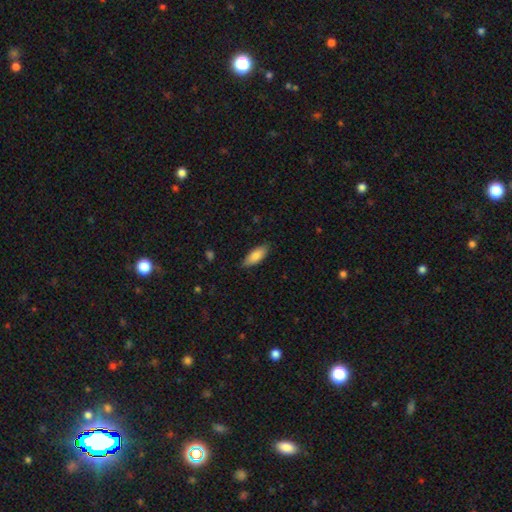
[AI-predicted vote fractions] This appears to be a smooth galaxy with no disk features (83%) that is in between round and cigar-shaped (78%). Merging: none (84%).